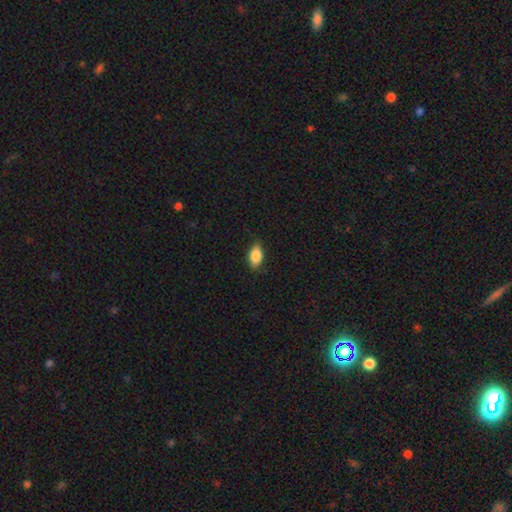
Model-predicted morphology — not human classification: A smooth galaxy with no disk features (84%) that is in between round and cigar-shaped (88%).

Vote fractions:
- Smooth or featured? smooth: 84% / featured or disk: 9% / star or artifact: 7%
- How rounded? in between: 88% / cigar-shaped: 6% / round: 6%
- Merging? none: 81% / minor disturbance: 15% / major disturbance: 3% / merger: 1%